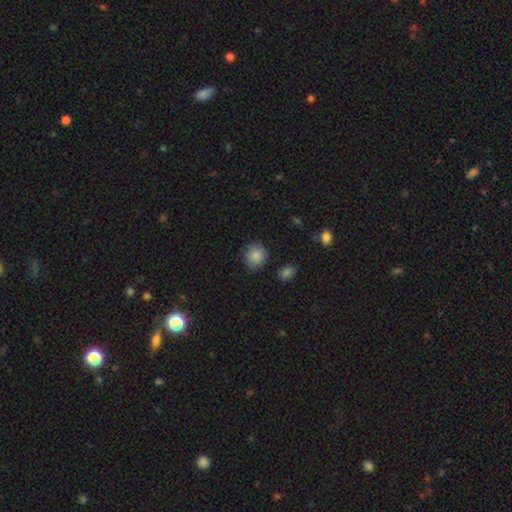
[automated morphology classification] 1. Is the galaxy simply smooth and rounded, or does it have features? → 86% smooth, 9% star or artifact, 5% featured or disk.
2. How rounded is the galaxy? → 80% round, 19% in between, 1% cigar-shaped.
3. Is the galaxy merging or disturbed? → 86% none, 9% minor disturbance, 3% major disturbance, 2% merger.